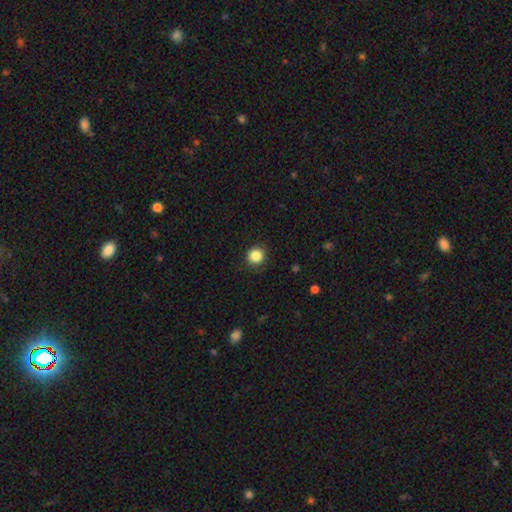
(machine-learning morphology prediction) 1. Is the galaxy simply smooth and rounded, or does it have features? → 86% smooth, 11% star or artifact, 4% featured or disk.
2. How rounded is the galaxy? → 92% round, 7% in between, 1% cigar-shaped.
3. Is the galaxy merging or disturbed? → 90% none, 7% minor disturbance, 2% major disturbance, 1% merger.